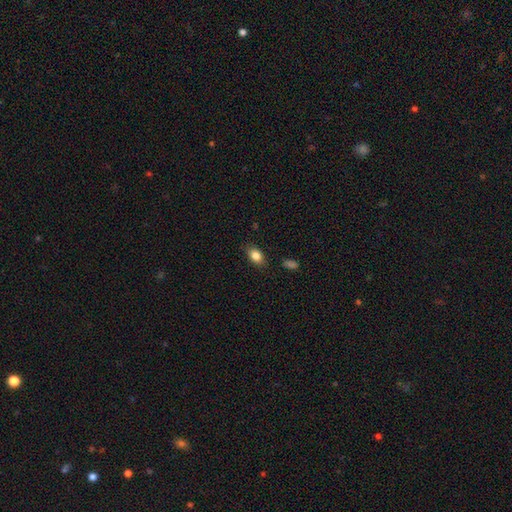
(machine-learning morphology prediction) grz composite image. It shows a smooth galaxy with no disk features (83%) that is in between round and cigar-shaped (82%). Merging: none (84%).